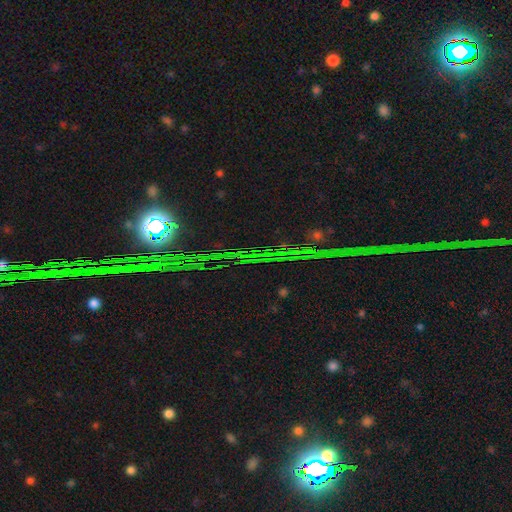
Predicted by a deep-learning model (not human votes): This appears to be a star or artifact, not a galaxy (83%).